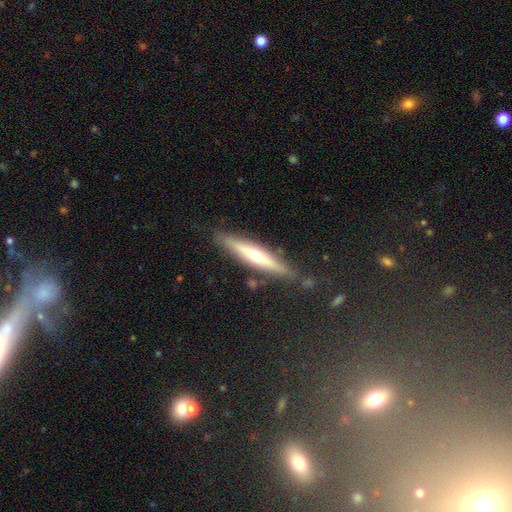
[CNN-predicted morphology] Smooth or featured: featured or disk — 54% (smooth — 40%)
Edge-on disk: yes — 92% (no — 8%)
Merging: none — 82% (minor disturbance — 12%)